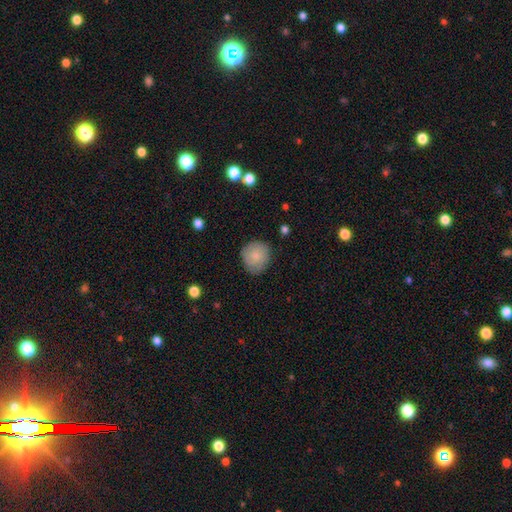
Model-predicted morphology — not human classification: This appears to be a smooth galaxy with no disk features (77%) that is round (83%). Merging: none (77%).